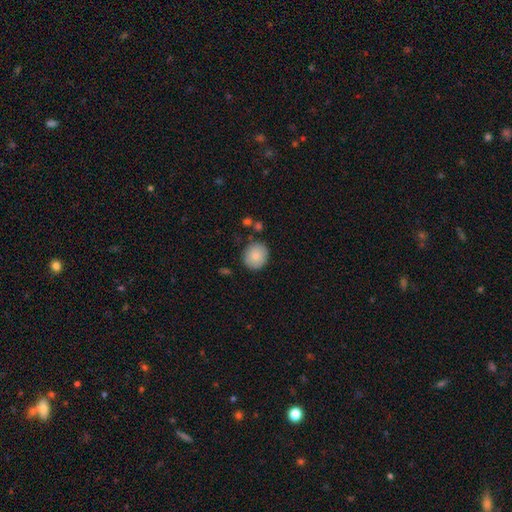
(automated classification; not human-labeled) smooth_or_featured: smooth (p=0.83) [alt: featured or disk p=0.10]
how_rounded: round (p=0.82) [alt: in between p=0.17]
merging: none (p=0.83) [alt: minor disturbance p=0.11]